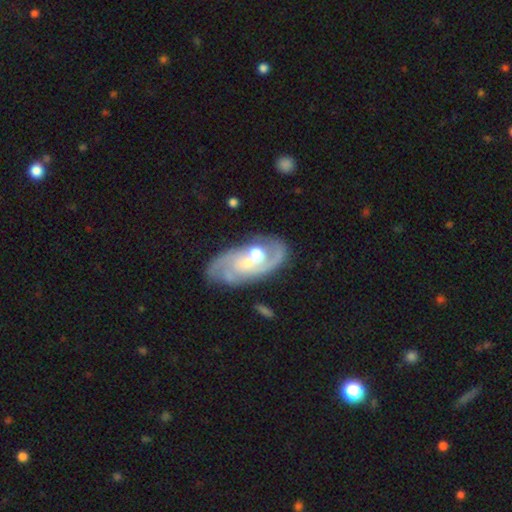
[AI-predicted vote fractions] Smooth or featured: featured or disk — 78% (smooth — 16%)
Edge-on disk: no — 95% (yes — 5%)
Bar: no — 67% (weak — 26%)
Spiral arms: yes — 87% (no — 13%)
Spiral winding: tight — 43% (medium — 40%)
Spiral arm count: 2 — 41% (can't tell — 24%)
Bulge size: moderate — 64% (small — 22%)
Merging: none — 47% (merger — 24%)